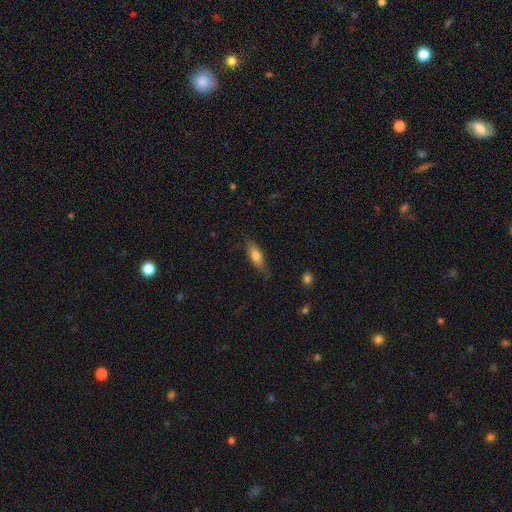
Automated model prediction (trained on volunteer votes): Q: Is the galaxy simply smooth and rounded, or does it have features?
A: smooth — 67%.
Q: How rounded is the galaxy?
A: in between — 55%.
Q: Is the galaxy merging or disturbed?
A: none — 74%.